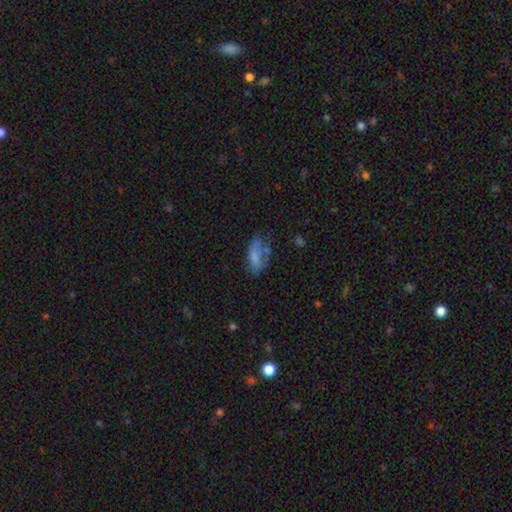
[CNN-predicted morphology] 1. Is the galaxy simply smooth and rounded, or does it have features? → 68% smooth, 22% featured or disk, 10% star or artifact.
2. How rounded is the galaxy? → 87% in between, 9% cigar-shaped, 4% round.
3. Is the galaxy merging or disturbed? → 38% none, 30% minor disturbance, 23% major disturbance, 10% merger.